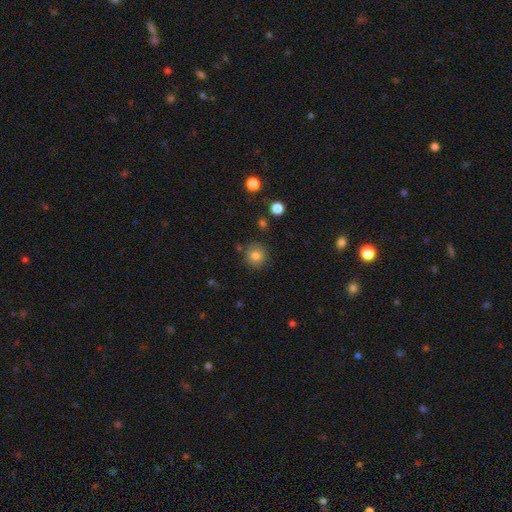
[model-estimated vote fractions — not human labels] Overall: smooth (80%). How rounded: round (91%). Merging: none (85%).